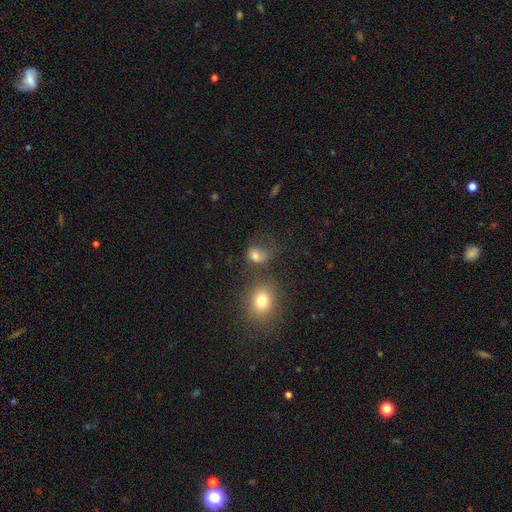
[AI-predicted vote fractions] Overall: smooth (73%). How rounded: round (52%; in between 47%). Merging: none (42%; minor disturbance 20%).